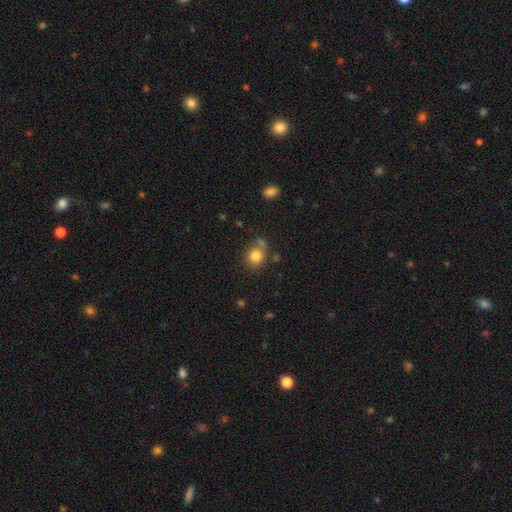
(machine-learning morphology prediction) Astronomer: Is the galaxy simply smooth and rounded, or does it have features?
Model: smooth — 82%.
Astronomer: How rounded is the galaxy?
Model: round — 77%.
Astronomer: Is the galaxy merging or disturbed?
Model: none — 64%.